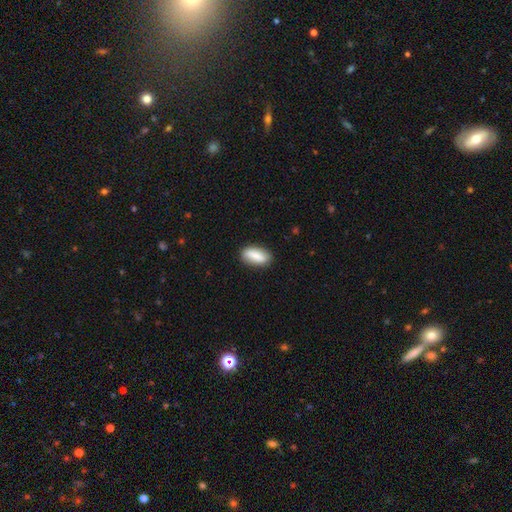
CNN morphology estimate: Smooth or featured? Predicted: smooth (p=0.80). How rounded? Predicted: in between (p=0.81). Merging? Predicted: none (p=0.84).